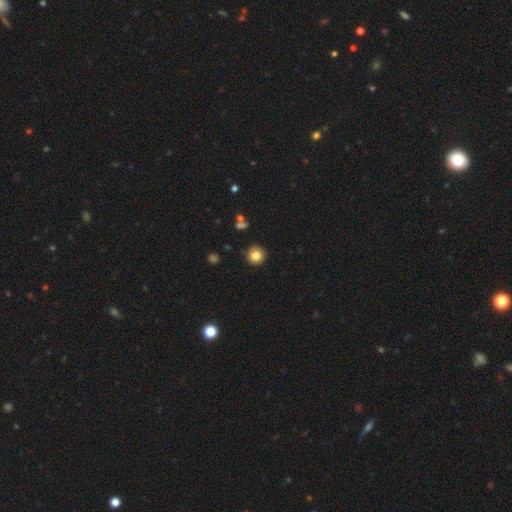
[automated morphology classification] This appears to be a smooth galaxy with no disk features (82%) that is round (94%). Merging: none (90%).